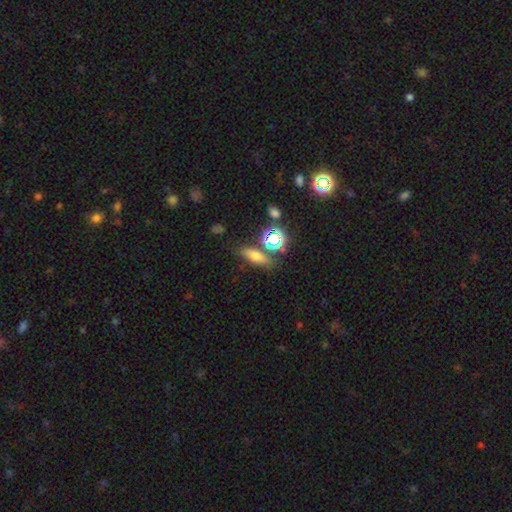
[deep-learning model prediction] This appears to be a smooth galaxy with no disk features (62%) that is in between round and cigar-shaped (54%). Merging: none (76%).